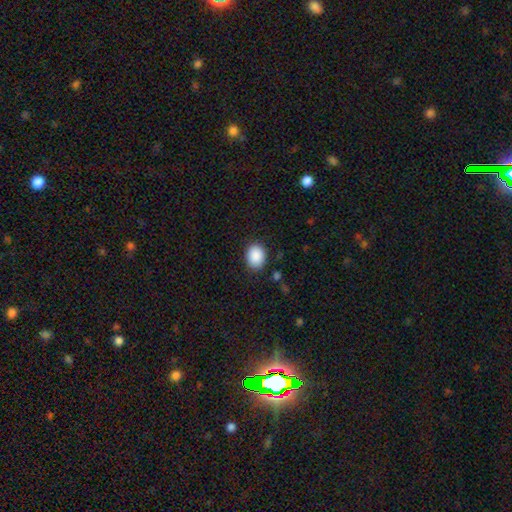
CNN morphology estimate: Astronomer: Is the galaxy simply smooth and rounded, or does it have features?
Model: smooth — 90%.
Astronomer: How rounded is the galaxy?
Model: in between — 56% (runner-up: round, 44%).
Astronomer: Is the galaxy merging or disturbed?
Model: none — 86%.